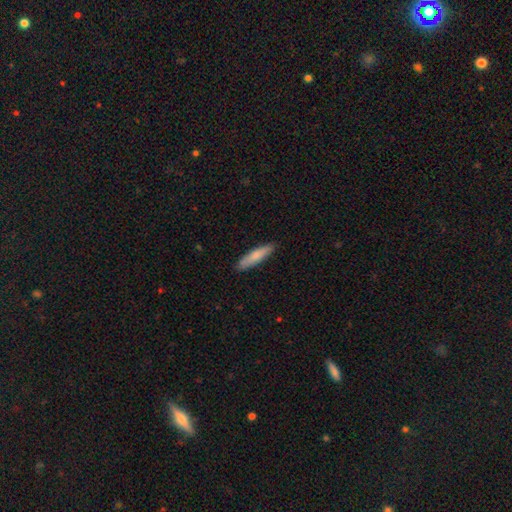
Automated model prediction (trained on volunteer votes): Smooth or featured? smooth (77%)
How rounded? cigar-shaped (81%)
Merging? none (89%)